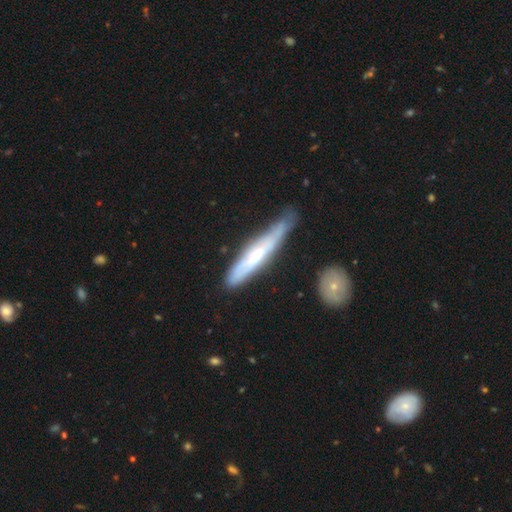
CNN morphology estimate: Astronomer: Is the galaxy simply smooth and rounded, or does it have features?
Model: featured or disk — 57% (runner-up: smooth, 38%).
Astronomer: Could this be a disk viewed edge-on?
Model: yes — 68%.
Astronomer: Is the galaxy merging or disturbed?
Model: none — 52% (runner-up: minor disturbance, 34%).